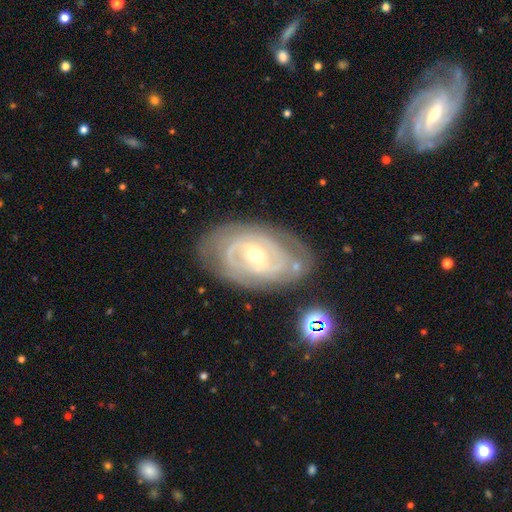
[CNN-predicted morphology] Smooth or featured? featured or disk (84%)
Edge-on disk? no (95%)
Bar? no (42%)
Spiral arms? yes (89%)
Spiral winding? tight (65%)
Spiral arm count? 2 (39%)
Bulge size? small (52%)
Merging? none (71%)